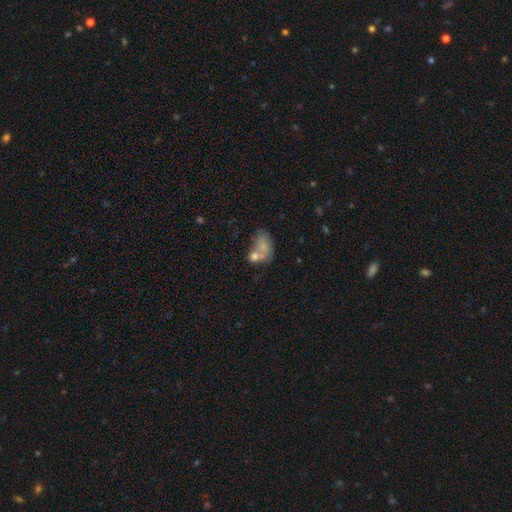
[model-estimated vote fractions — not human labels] Q: Smooth or featured?
A: smooth (67%); runner-up: featured or disk (21%)
Q: How rounded?
A: in between (77%); runner-up: round (21%)
Q: Merging?
A: merger (44%); runner-up: none (29%)